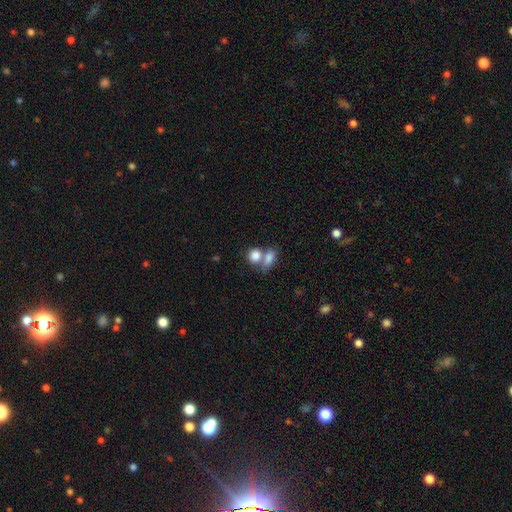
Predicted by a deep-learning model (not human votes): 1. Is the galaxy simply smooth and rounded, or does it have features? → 83% smooth, 9% featured or disk, 8% star or artifact.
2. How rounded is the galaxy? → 49% round, 48% in between, 2% cigar-shaped.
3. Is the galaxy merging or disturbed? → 56% merger, 32% none, 8% minor disturbance, 4% major disturbance.